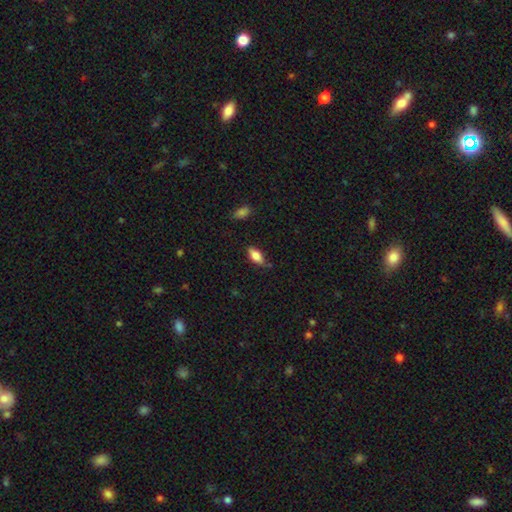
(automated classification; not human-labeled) Smooth or featured?
  - smooth: 73% *
  - featured or disk: 19%
  - star or artifact: 7%
How rounded?
  - in between: 84% *
  - cigar-shaped: 13%
  - round: 3%
Merging?
  - none: 74% *
  - minor disturbance: 20%
  - major disturbance: 4%
  - merger: 3%